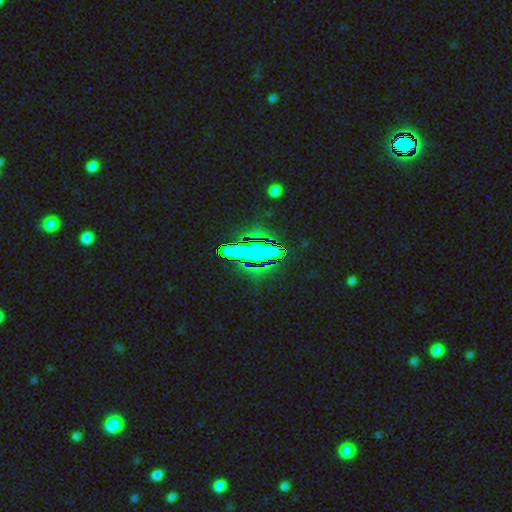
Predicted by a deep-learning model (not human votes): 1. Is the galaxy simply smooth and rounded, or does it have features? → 69% star or artifact, 17% smooth, 14% featured or disk.